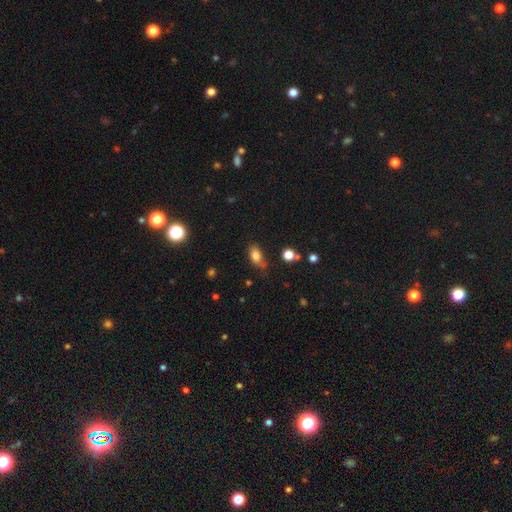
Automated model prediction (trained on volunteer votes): Smooth or featured?
  - smooth: 81% *
  - star or artifact: 10%
  - featured or disk: 9%
How rounded?
  - in between: 84% *
  - round: 11%
  - cigar-shaped: 4%
Merging?
  - none: 61% *
  - minor disturbance: 29%
  - major disturbance: 7%
  - merger: 3%